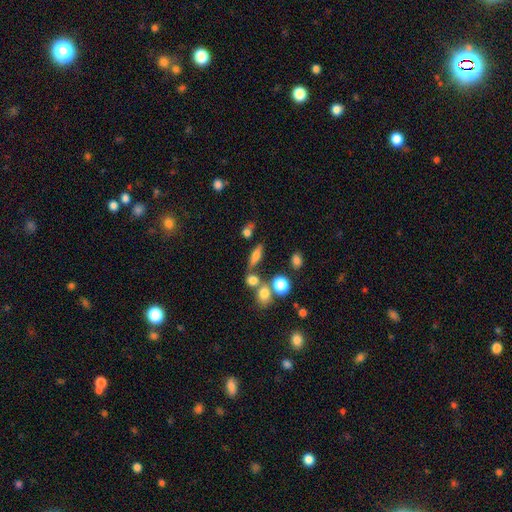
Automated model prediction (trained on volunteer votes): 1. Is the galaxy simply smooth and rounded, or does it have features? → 63% smooth, 23% featured or disk, 14% star or artifact.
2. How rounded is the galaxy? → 45% in between, 38% cigar-shaped, 17% round.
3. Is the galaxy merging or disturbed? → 60% none, 20% merger, 14% minor disturbance, 7% major disturbance.